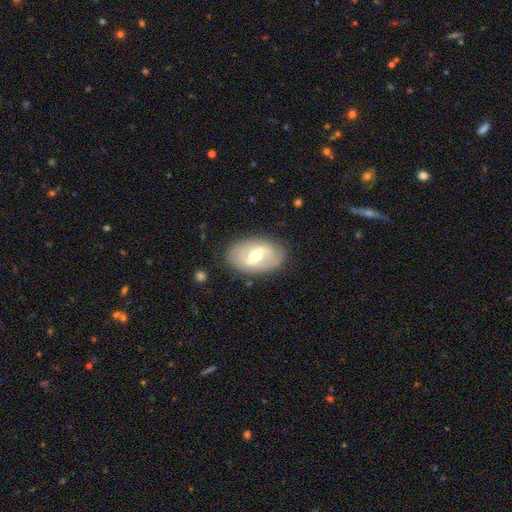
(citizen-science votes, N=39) featured or disk 82%, smooth 18%, star or artifact 0%. Down the decision tree: edge-on disk — no (97%); bar — weak (61%); spiral arms — no (52%); bulge size — moderate (71%); merging — none (90%).